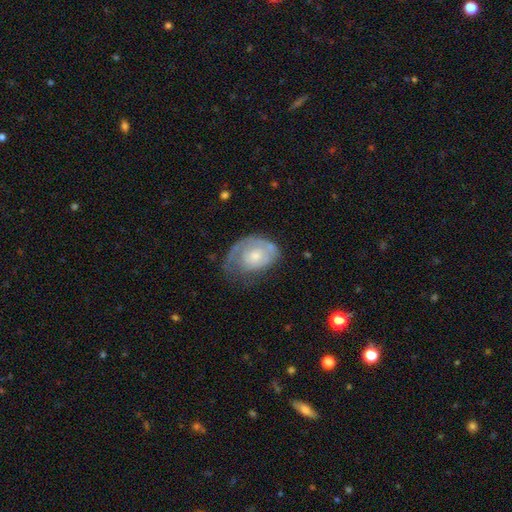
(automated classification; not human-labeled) This appears to be a featured or disk galaxy (59%) with no bar (82%), spiral arms (66%) and a moderate central bulge (46%). Merging: none (40%).